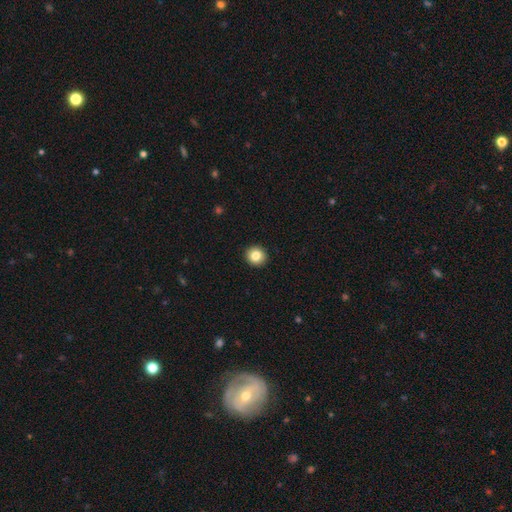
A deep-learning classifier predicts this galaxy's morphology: This is clearly a smooth galaxy (83%). How rounded: clearly round (92%). Merging: clearly none (93%).